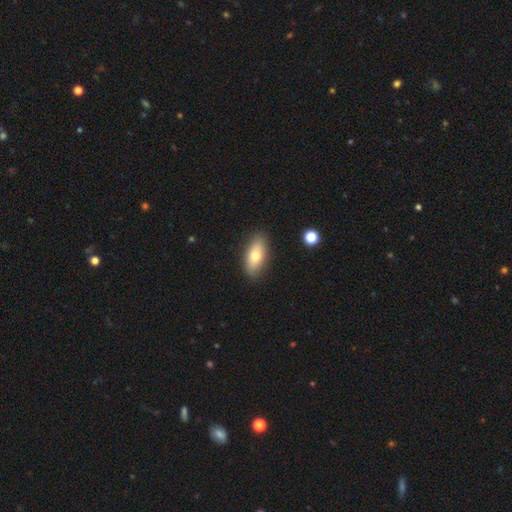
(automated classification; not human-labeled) smooth-or-featured: smooth: 71% | featured or disk: 22% | star or artifact: 7%
  how-rounded: in between: 84% | cigar-shaped: 12% | round: 4%
  merging: none: 87% | minor disturbance: 10% | major disturbance: 2% | merger: 1%